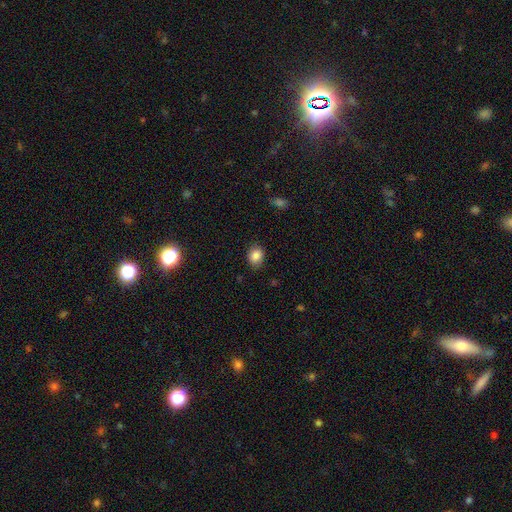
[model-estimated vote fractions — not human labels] smooth-or-featured: smooth: 86% | star or artifact: 10% | featured or disk: 5%
  how-rounded: round: 52% | in between: 47% | cigar-shaped: 1%
  merging: none: 84% | minor disturbance: 12% | major disturbance: 3% | merger: 1%